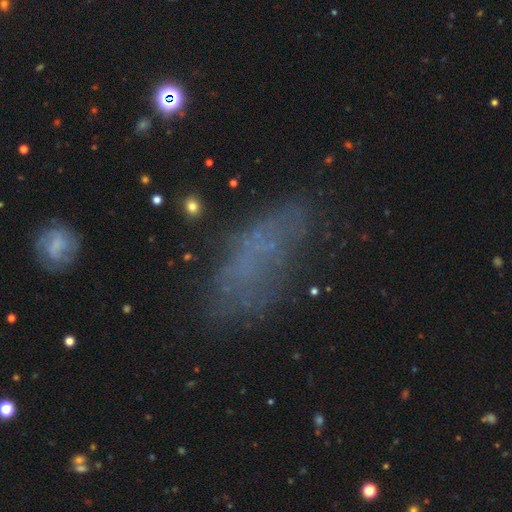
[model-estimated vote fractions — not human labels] A smooth galaxy with no disk features (54%) that is in between round and cigar-shaped (72%).

Vote fractions:
- Smooth or featured? smooth: 54% / featured or disk: 25% / star or artifact: 21%
- How rounded? in between: 72% / cigar-shaped: 24% / round: 4%
- Merging? none: 59% / minor disturbance: 23% / major disturbance: 15% / merger: 3%